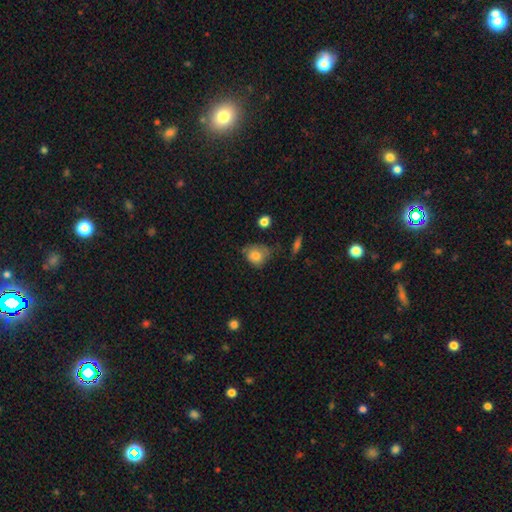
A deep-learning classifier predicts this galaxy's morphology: smooth 78%, featured or disk 13%, star or artifact 9%. Down the decision tree: how rounded — round (63%); merging — none (49%).